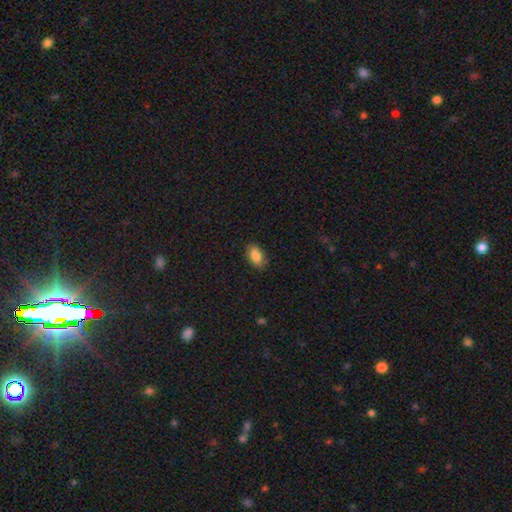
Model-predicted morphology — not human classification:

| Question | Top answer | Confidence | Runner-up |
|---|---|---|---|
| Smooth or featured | smooth | 85% | star or artifact (8%) |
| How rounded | in between | 91% | round (6%) |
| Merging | none | 87% | minor disturbance (10%) |